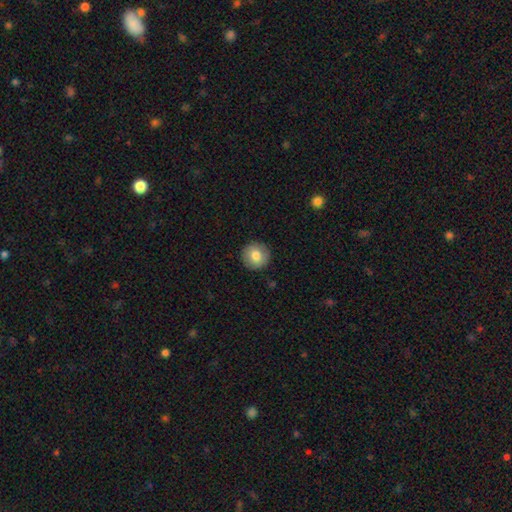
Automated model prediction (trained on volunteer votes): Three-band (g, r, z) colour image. It shows a smooth galaxy with no disk features (81%) that is round (95%). Merging: none (91%).